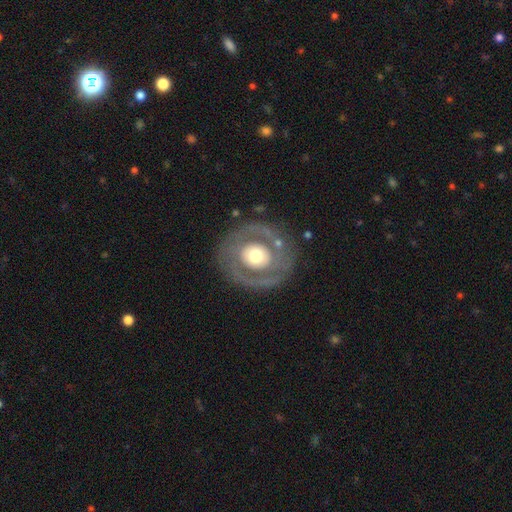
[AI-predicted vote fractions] Smooth or featured? featured or disk (65%)
Edge-on disk? no (96%)
Bar? no (78%)
Spiral arms? no (59%)
Bulge size? moderate (52%)
Merging? none (78%)